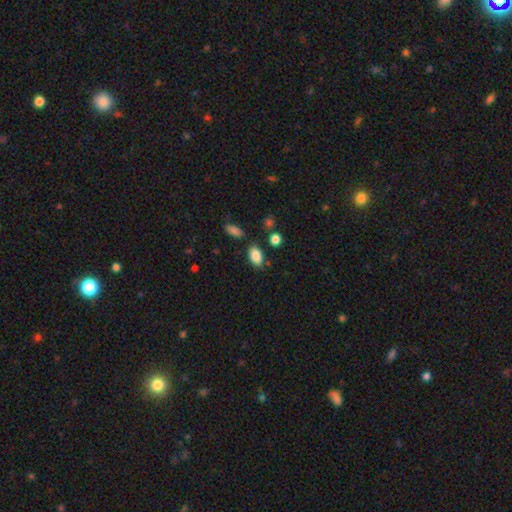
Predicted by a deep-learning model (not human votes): Q: Smooth or featured?
A: smooth (87%); runner-up: star or artifact (8%)
Q: How rounded?
A: in between (90%); runner-up: round (8%)
Q: Merging?
A: none (79%); runner-up: minor disturbance (12%)